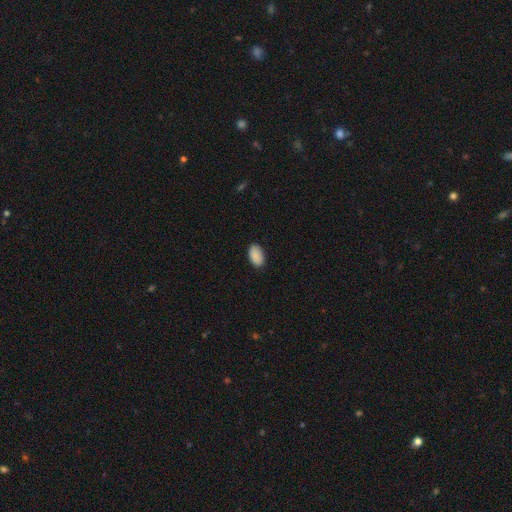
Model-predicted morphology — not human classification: type=smooth (90%); roundness=in between (94%); merging=none (87%).